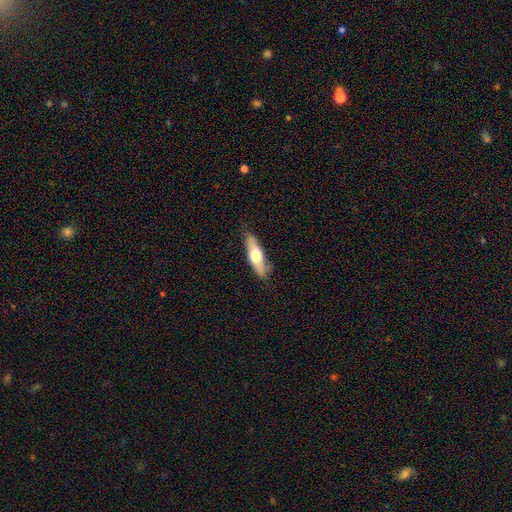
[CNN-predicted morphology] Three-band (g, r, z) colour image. It shows a smooth galaxy with no disk features (54%) that is cigar-shaped (54%). Merging: none (79%).